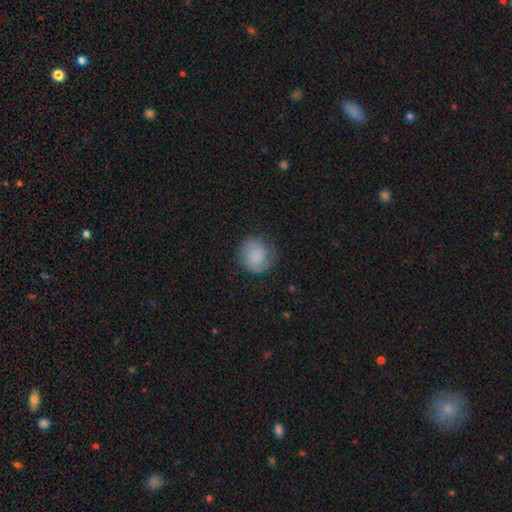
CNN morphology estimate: smooth_or_featured: smooth (p=0.72) [alt: featured or disk p=0.19]
how_rounded: round (p=0.82) [alt: in between p=0.17]
merging: none (p=0.75) [alt: minor disturbance p=0.17]